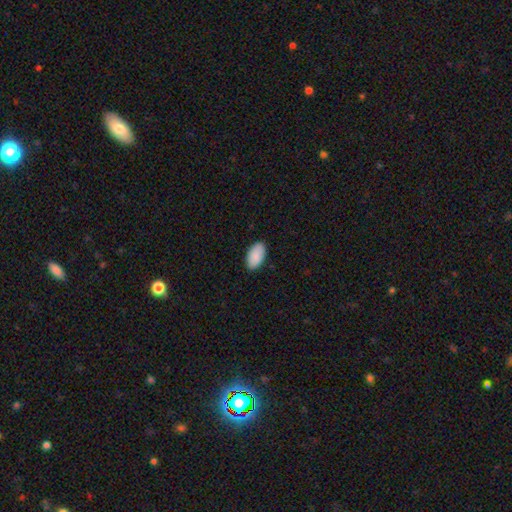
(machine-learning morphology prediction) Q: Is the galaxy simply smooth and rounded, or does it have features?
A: smooth — 91%.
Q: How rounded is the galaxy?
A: in between — 96%.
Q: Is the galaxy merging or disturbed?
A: none — 89%.